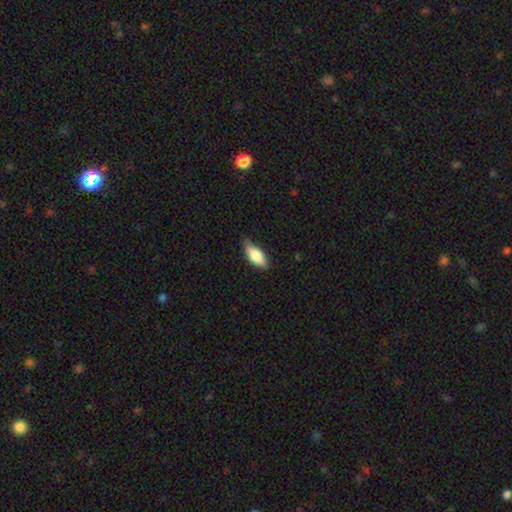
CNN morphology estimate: Smooth or featured? smooth (77%)
How rounded? in between (79%)
Merging? none (73%)